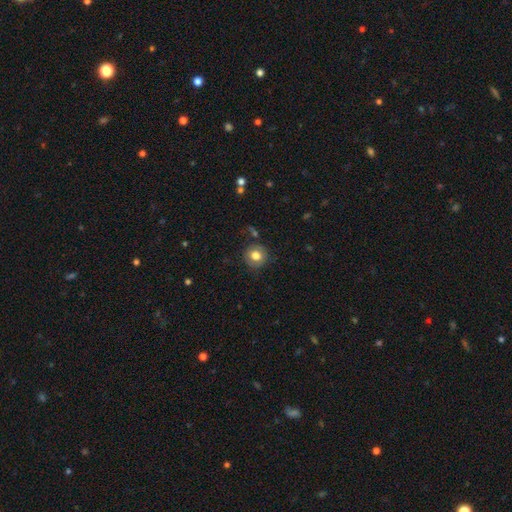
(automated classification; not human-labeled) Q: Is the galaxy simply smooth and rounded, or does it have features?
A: smooth — 77%.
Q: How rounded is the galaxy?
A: round — 87%.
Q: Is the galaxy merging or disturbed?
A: none — 82%.